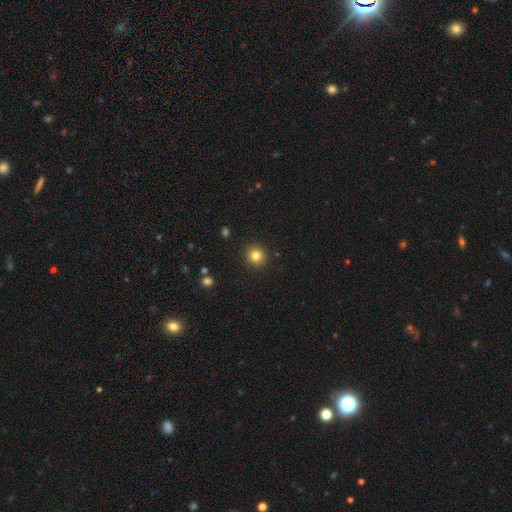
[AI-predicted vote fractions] Smooth or featured? smooth (82%)
How rounded? round (92%)
Merging? none (92%)